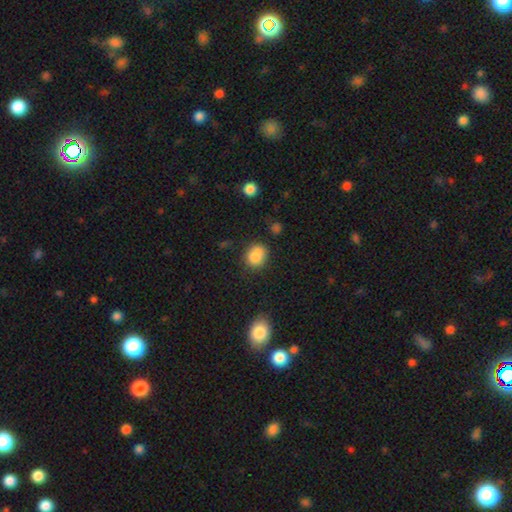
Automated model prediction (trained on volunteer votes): smooth-or-featured: smooth: 85% | star or artifact: 10% | featured or disk: 5%
  how-rounded: round: 56% | in between: 43% | cigar-shaped: 1%
  merging: none: 71% | minor disturbance: 19% | merger: 6% | major disturbance: 5%